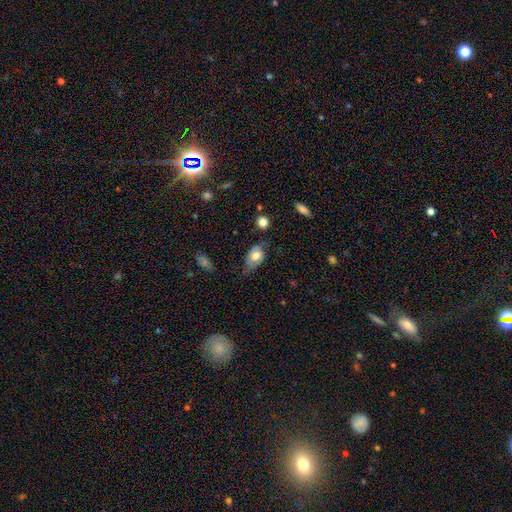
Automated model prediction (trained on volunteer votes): Q: Smooth or featured?
A: smooth (58%); runner-up: featured or disk (35%)
Q: How rounded?
A: in between (87%); runner-up: round (11%)
Q: Merging?
A: none (48%); runner-up: minor disturbance (36%)